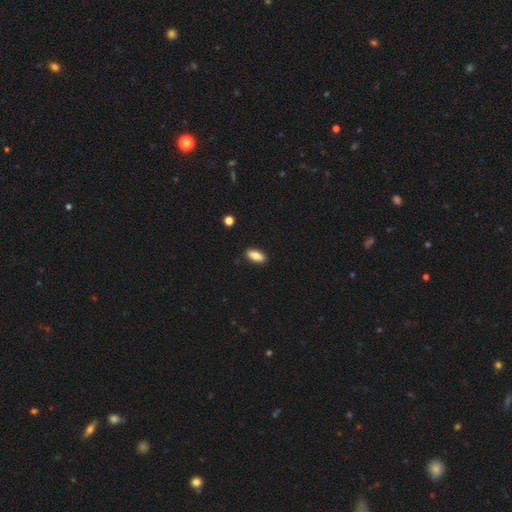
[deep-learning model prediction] A smooth galaxy with no disk features (83%) that is in between round and cigar-shaped (82%).

Vote fractions:
- Smooth or featured? smooth: 83% / featured or disk: 10% / star or artifact: 7%
- How rounded? in between: 82% / cigar-shaped: 15% / round: 2%
- Merging? none: 89% / minor disturbance: 8% / major disturbance: 2% / merger: 1%